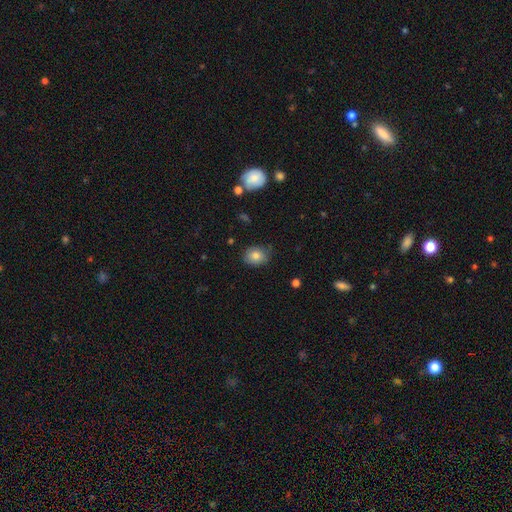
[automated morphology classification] A smooth galaxy with no disk features (79%) that is in between round and cigar-shaped (50%).

Vote fractions:
- Smooth or featured? smooth: 79% / featured or disk: 12% / star or artifact: 9%
- How rounded? in between: 50% / round: 49% / cigar-shaped: 1%
- Merging? none: 79% / minor disturbance: 17% / major disturbance: 3% / merger: 1%